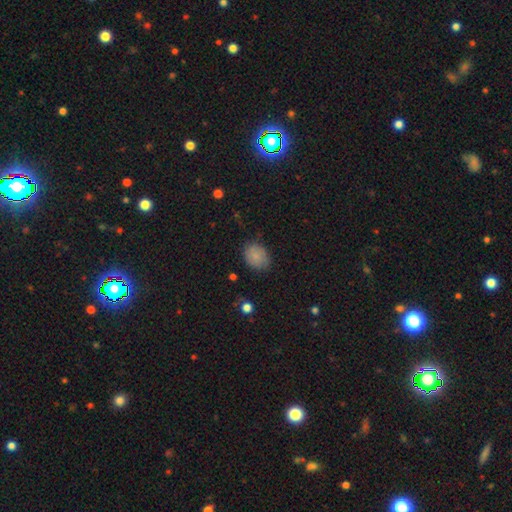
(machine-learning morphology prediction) smooth 82%, featured or disk 9%, star or artifact 8%. Down the decision tree: how rounded — in between (60%); merging — none (75%).